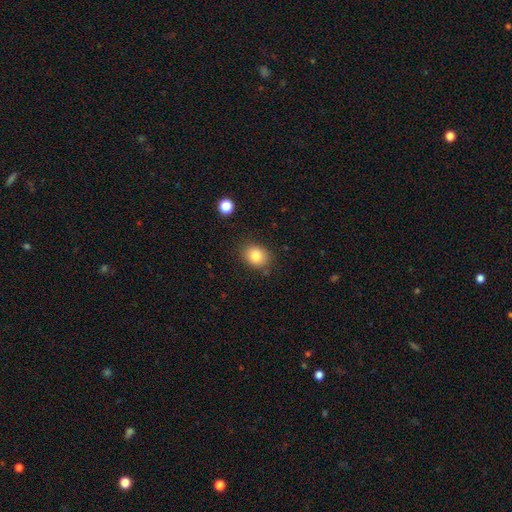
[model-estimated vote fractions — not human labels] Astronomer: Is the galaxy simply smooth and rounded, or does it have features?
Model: smooth — 83%.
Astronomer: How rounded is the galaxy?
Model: round — 55% (runner-up: in between, 44%).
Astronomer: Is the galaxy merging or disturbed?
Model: none — 82%.